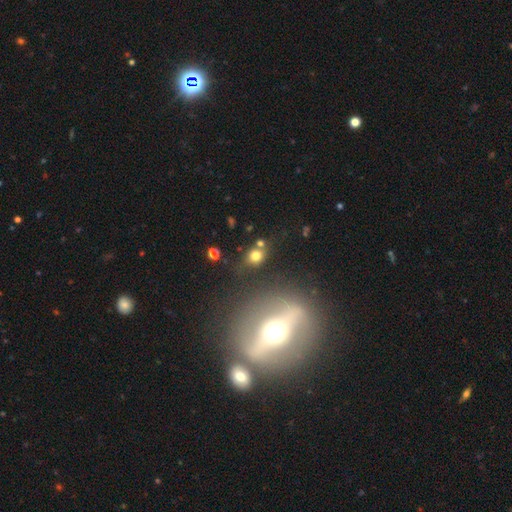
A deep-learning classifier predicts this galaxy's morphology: A smooth galaxy with no disk features (76%) that is round (61%).

Vote fractions:
- Smooth or featured? smooth: 76% / star or artifact: 15% / featured or disk: 9%
- How rounded? round: 61% / in between: 38% / cigar-shaped: 2%
- Merging? none: 68% / minor disturbance: 14% / merger: 13% / major disturbance: 6%